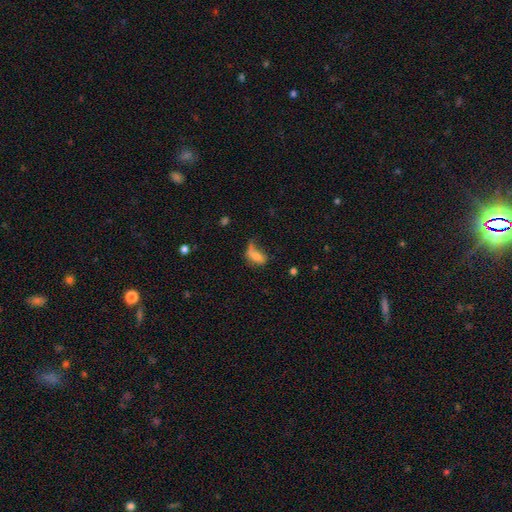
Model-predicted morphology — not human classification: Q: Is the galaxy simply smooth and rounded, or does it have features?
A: smooth — 71%.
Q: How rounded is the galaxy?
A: in between — 85%.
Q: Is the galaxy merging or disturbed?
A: major disturbance — 39%.